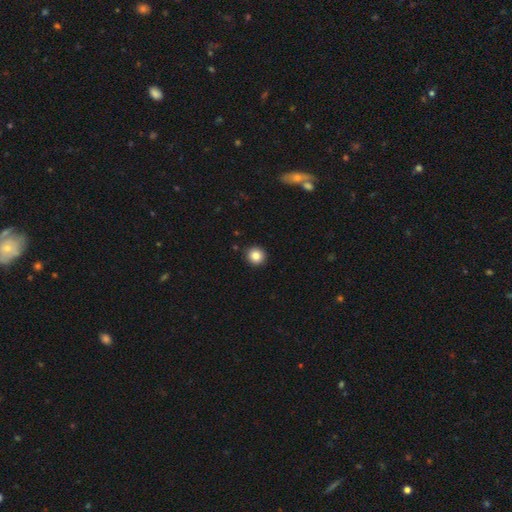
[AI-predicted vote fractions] A smooth galaxy with no disk features (85%) that is round (94%).

Vote fractions:
- Smooth or featured? smooth: 85% / star or artifact: 10% / featured or disk: 5%
- How rounded? round: 94% / in between: 5% / cigar-shaped: 1%
- Merging? none: 92% / minor disturbance: 5% / major disturbance: 2% / merger: 1%